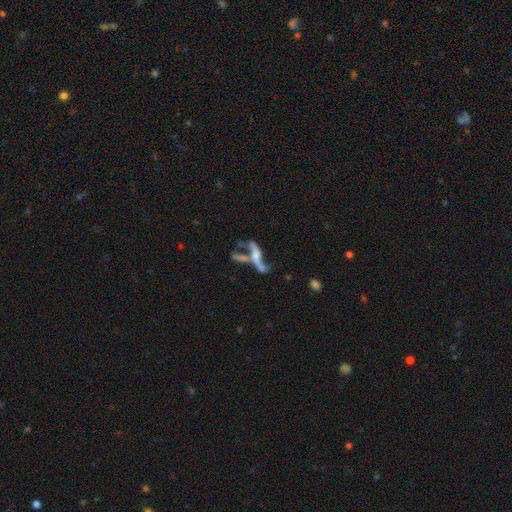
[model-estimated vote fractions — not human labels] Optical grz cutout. It shows a featured or disk galaxy (65%). Merging: merger (43%).